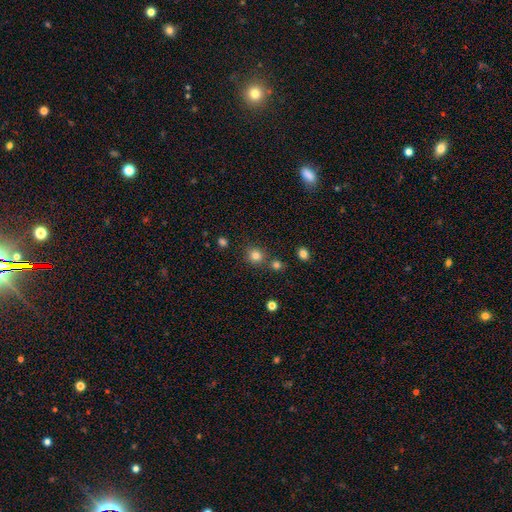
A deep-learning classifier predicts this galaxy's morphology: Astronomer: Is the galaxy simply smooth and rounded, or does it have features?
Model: smooth — 80%.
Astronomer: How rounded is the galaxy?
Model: round — 89%.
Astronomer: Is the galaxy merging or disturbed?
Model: none — 77%.